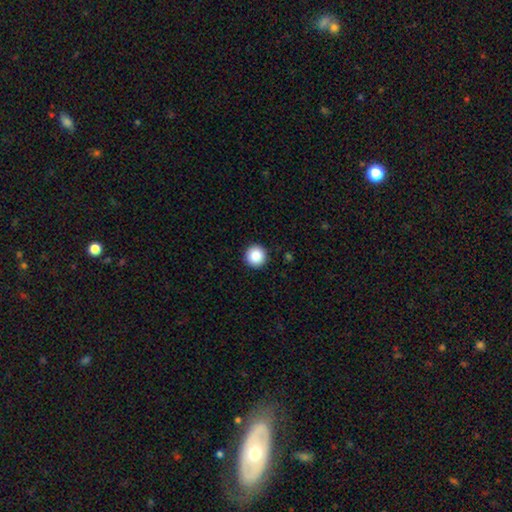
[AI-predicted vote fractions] Smooth or featured? smooth (86%)
How rounded? round (96%)
Merging? none (93%)